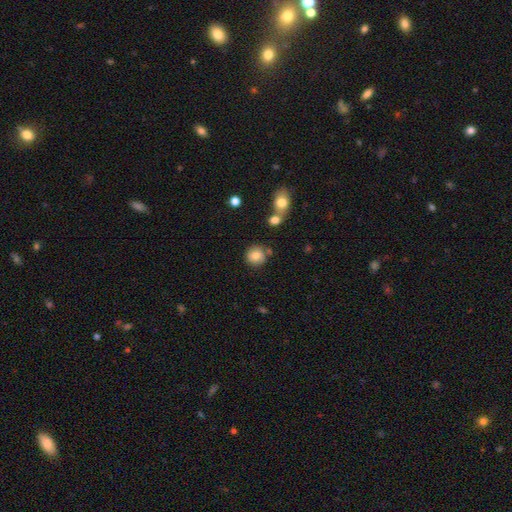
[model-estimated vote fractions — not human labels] A smooth galaxy with no disk features (82%) that is round (90%). Merging: none (78%).